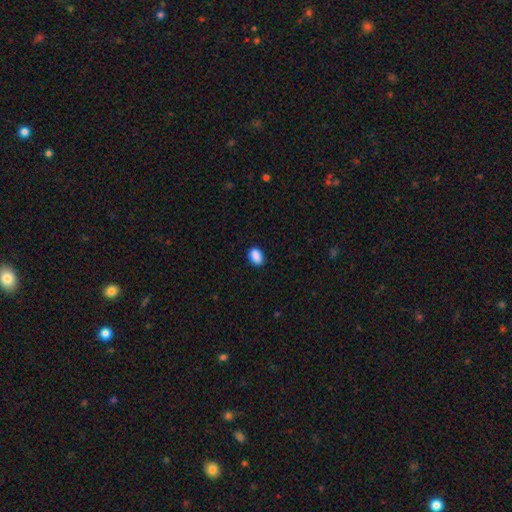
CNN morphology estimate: This appears to be a smooth galaxy with no disk features (89%) that is in between round and cigar-shaped (84%). Merging: none (83%).